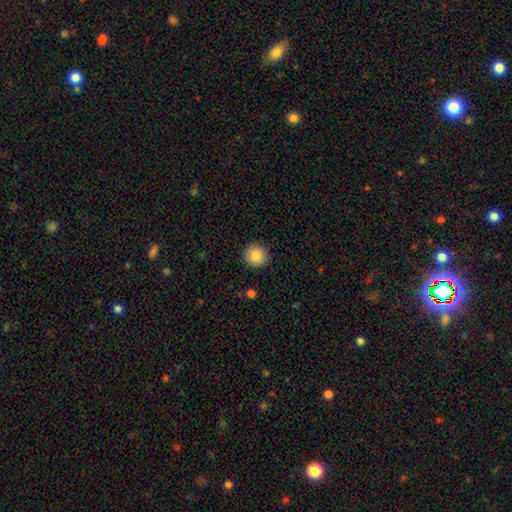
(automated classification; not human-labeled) This appears to be a smooth galaxy with no disk features (86%) that is round (94%). Merging: none (92%).